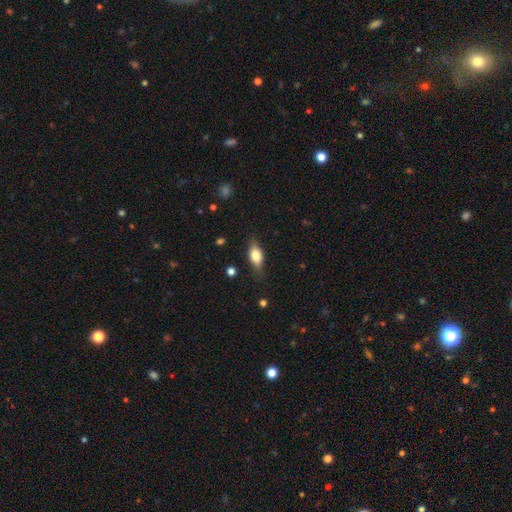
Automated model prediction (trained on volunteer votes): Overall: smooth (72%). How rounded: in between (81%). Merging: none (77%).